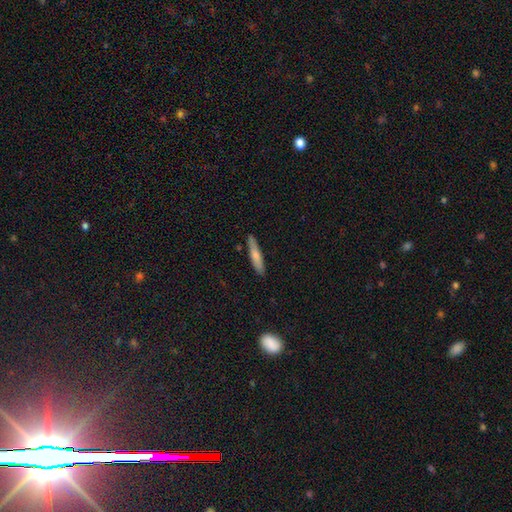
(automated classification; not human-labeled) A smooth galaxy with no disk features (72%) that is cigar-shaped (87%).

Vote fractions:
- Smooth or featured? smooth: 72% / featured or disk: 22% / star or artifact: 6%
- How rounded? cigar-shaped: 87% / in between: 11% / round: 1%
- Merging? none: 86% / minor disturbance: 11% / major disturbance: 2% / merger: 2%